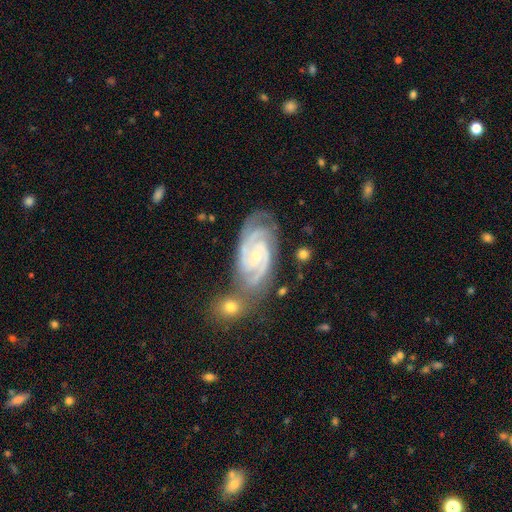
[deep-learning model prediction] Morphology: type=featured or disk (92%); edge-on=no (97%); bar=no (62%); spiral arms=yes (99%); winding=tight (69%); arm count=2 (44%); bulge=small (73%); merging=none (63%).